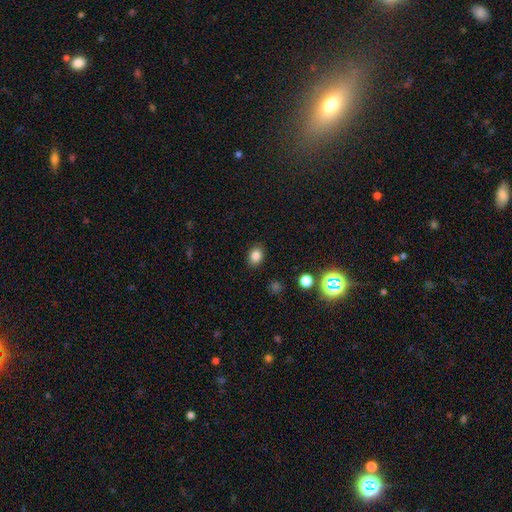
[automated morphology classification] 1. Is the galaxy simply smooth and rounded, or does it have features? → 83% smooth, 12% star or artifact, 5% featured or disk.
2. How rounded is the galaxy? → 58% in between, 41% round, 1% cigar-shaped.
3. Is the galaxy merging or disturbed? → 88% none, 9% minor disturbance, 3% major disturbance, 1% merger.